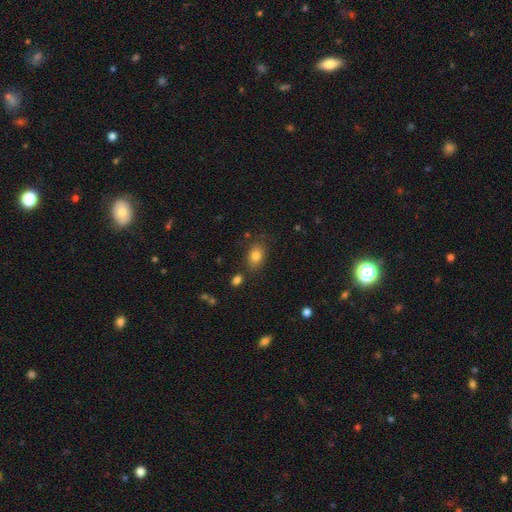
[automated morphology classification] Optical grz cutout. It shows a smooth galaxy with no disk features (82%) that is in between round and cigar-shaped (77%). Merging: none (78%).